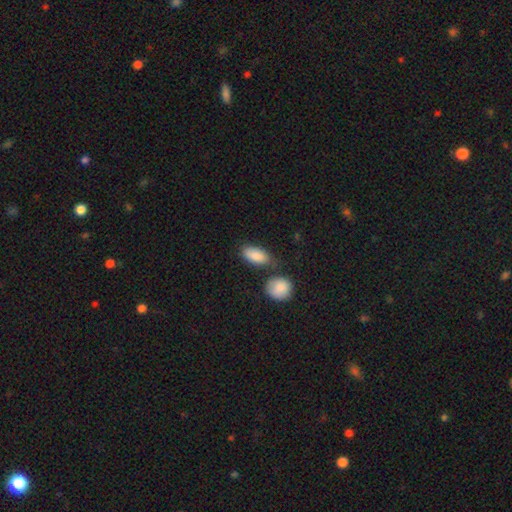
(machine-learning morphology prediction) Smooth or featured? smooth (87%)
How rounded? in between (90%)
Merging? none (62%)